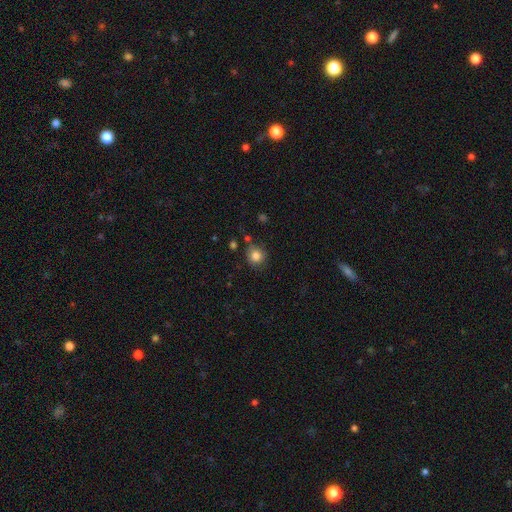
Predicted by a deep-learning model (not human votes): A smooth galaxy with no disk features (83%) that is round (87%).

Vote fractions:
- Smooth or featured? smooth: 83% / star or artifact: 10% / featured or disk: 6%
- How rounded? round: 87% / in between: 12% / cigar-shaped: 1%
- Merging? none: 76% / minor disturbance: 15% / merger: 5% / major disturbance: 4%